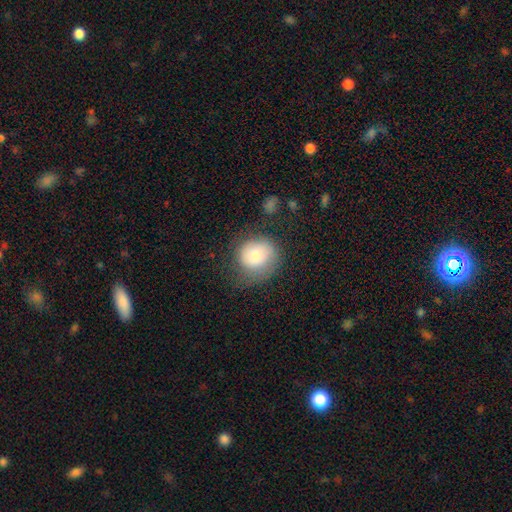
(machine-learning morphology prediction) Overall: smooth (73%). How rounded: round (84%). Merging: none (56%; minor disturbance 26%).